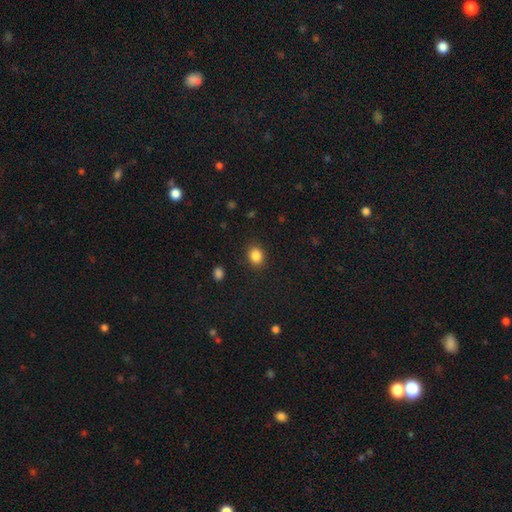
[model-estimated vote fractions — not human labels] Morphology: type=smooth (85%); roundness=round (57%); merging=none (88%).